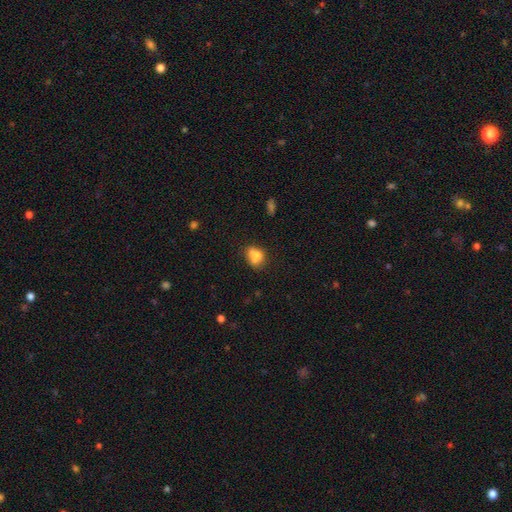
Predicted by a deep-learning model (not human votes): A smooth galaxy with no disk features (73%) that is in between round and cigar-shaped (58%). Merging: none (39%).